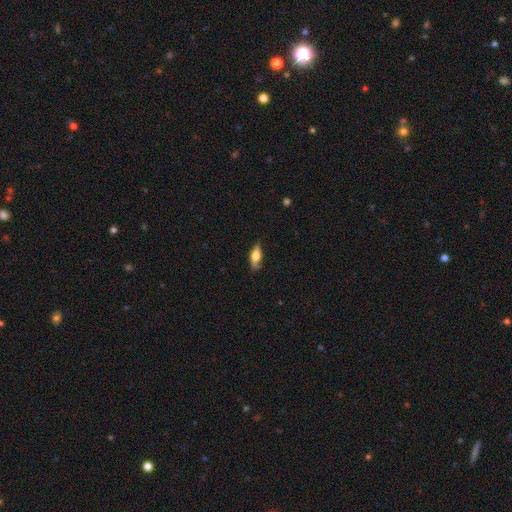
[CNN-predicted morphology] This appears to be a smooth galaxy with no disk features (59%) that is in between round and cigar-shaped (72%). Merging: none (68%).